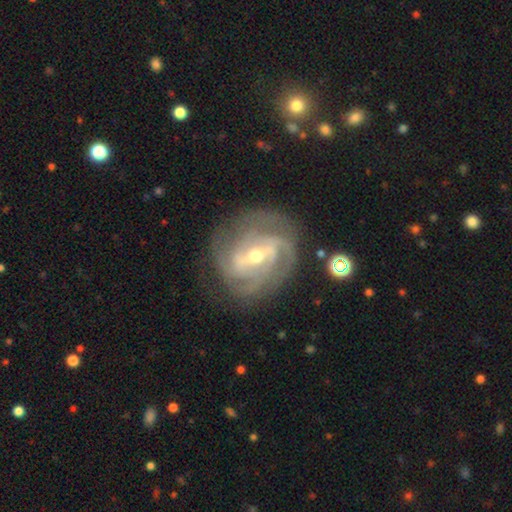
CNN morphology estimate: A featured or disk galaxy (90%) with a strong bar (44%), 3 (38%) tight (55%) spiral arms (97%) and a moderate central bulge (51%).

Vote fractions:
- Smooth or featured? featured or disk: 90% / smooth: 5% / star or artifact: 5%
- Edge-on disk? no: 97% / yes: 3%
- Bar? strong: 44% / weak: 41% / no: 15%
- Spiral arms? yes: 97% / no: 3%
- Spiral winding? tight: 55% / medium: 38% / loose: 7%
- Spiral arm count? 3: 38% / 4: 19% / 2: 18% / can't tell: 15% / more than 4: 5% / 1: 5%
- Bulge size? moderate: 51% / small: 46% / large: 2% / none: 1% / dominant: 1%
- Merging? none: 75% / minor disturbance: 16% / major disturbance: 7% / merger: 2%